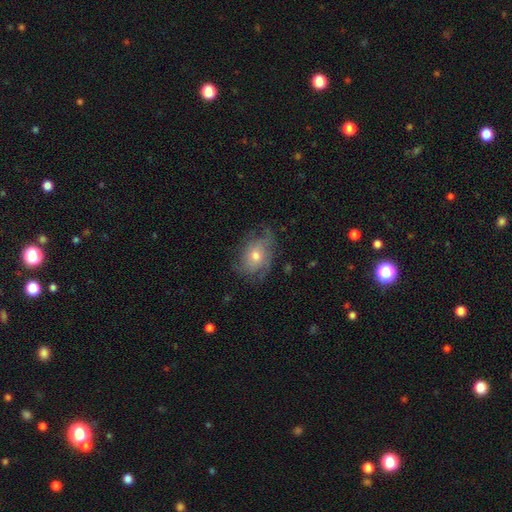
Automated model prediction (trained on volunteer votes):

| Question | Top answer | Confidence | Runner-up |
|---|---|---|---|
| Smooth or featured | featured or disk | 52% | smooth (38%) |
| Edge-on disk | no | 95% | yes (5%) |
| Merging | none | 57% | minor disturbance (27%) |